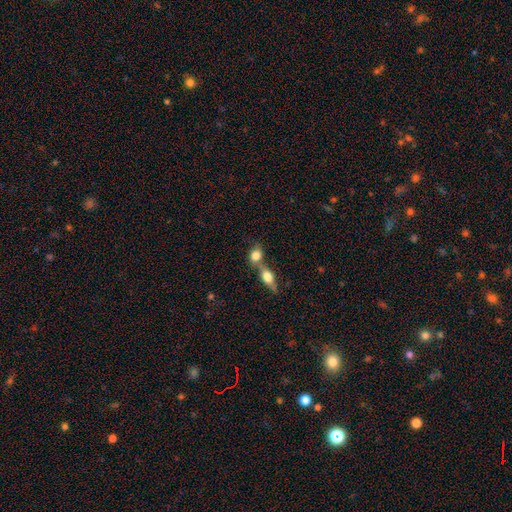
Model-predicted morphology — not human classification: Smooth or featured? Predicted: smooth (p=0.77). How rounded? Predicted: in between (p=0.53). Merging? Predicted: merger (p=0.55).